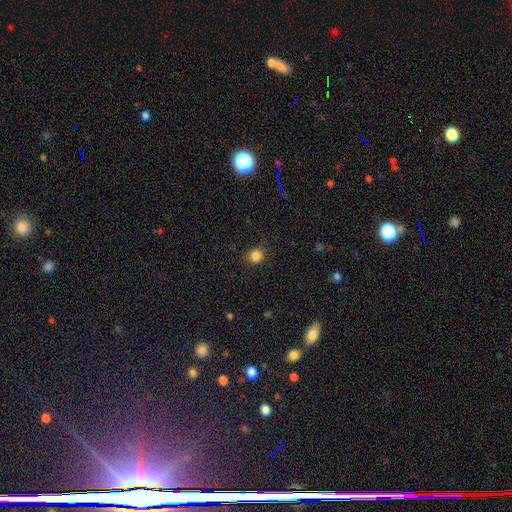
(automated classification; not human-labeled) A smooth galaxy with no disk features (84%) that is round (88%).

Vote fractions:
- Smooth or featured? smooth: 84% / star or artifact: 12% / featured or disk: 4%
- How rounded? round: 88% / in between: 11% / cigar-shaped: 1%
- Merging? none: 87% / minor disturbance: 9% / major disturbance: 3% / merger: 1%